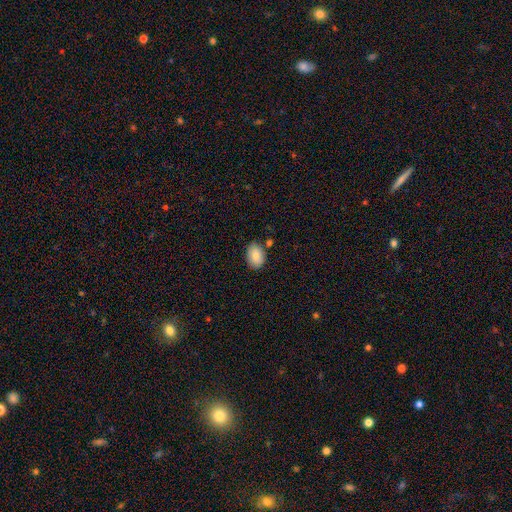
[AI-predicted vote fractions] Smooth or featured?
  - smooth: 85% *
  - featured or disk: 8%
  - star or artifact: 7%
How rounded?
  - in between: 84% *
  - round: 15%
  - cigar-shaped: 1%
Merging?
  - none: 78% *
  - minor disturbance: 14%
  - merger: 5%
  - major disturbance: 3%